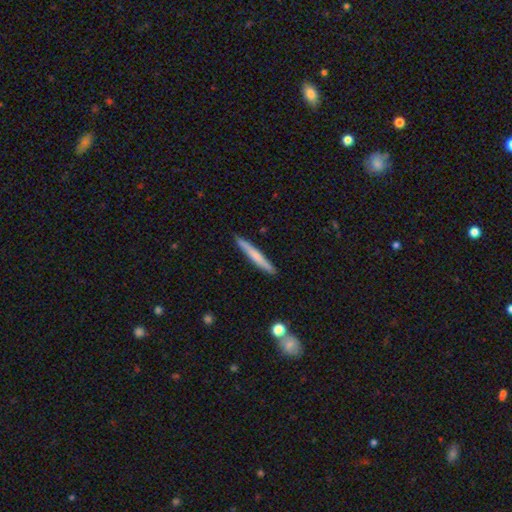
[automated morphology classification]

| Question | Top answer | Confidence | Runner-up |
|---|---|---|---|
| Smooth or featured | smooth | 61% | featured or disk (33%) |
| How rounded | cigar-shaped | 96% | in between (3%) |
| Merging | none | 90% | minor disturbance (7%) |